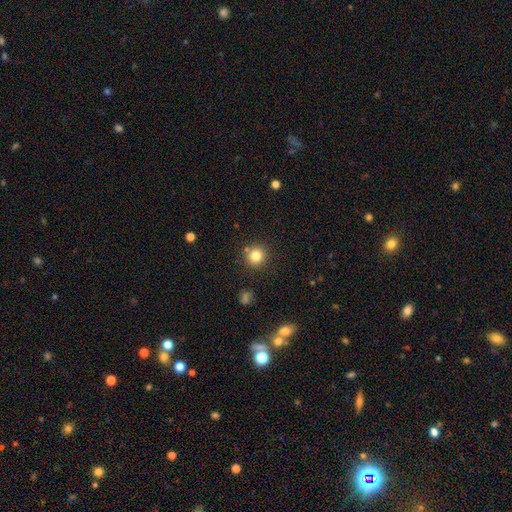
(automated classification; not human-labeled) Morphology: type=smooth (81%); roundness=round (92%); merging=none (84%).